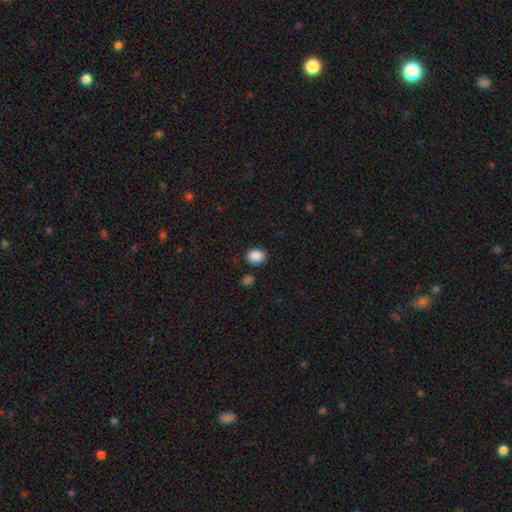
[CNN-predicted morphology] Smooth or featured? Predicted: smooth (p=0.88). How rounded? Predicted: round (p=0.52). Merging? Predicted: none (p=0.85).